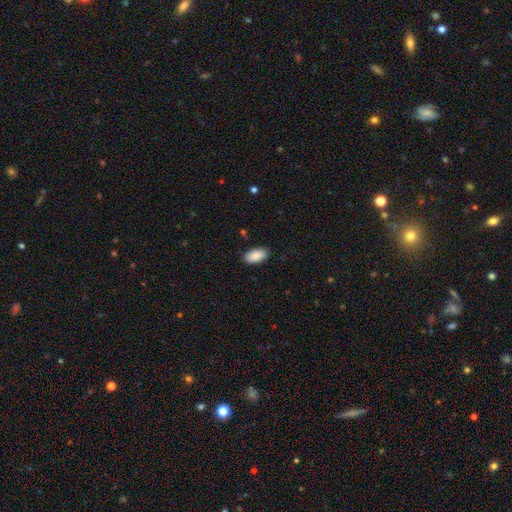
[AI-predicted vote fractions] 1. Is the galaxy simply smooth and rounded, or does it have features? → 90% smooth, 6% star or artifact, 4% featured or disk.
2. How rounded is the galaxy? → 94% in between, 3% cigar-shaped, 3% round.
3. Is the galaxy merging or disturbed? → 87% none, 10% minor disturbance, 2% major disturbance, 1% merger.